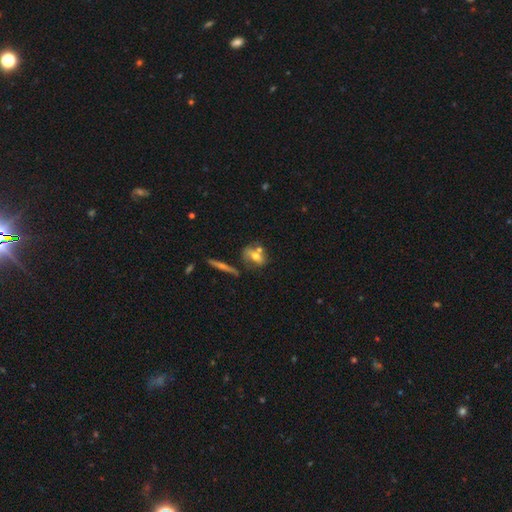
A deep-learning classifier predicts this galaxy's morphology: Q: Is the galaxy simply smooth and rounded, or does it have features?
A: smooth — 59%.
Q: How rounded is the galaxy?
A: in between — 60%.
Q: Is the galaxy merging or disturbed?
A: none — 47%.